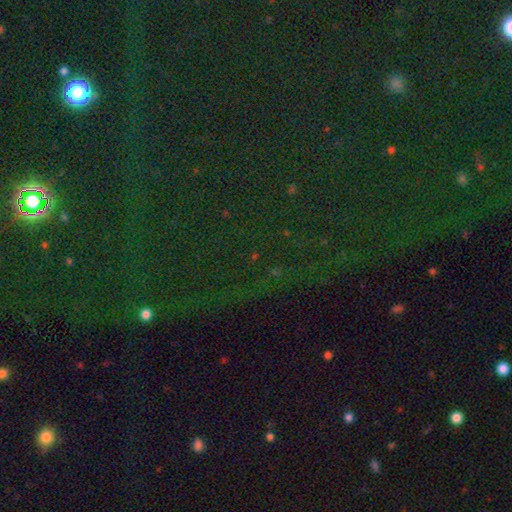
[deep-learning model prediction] Smooth or featured: star or artifact — 82% (smooth — 10%)